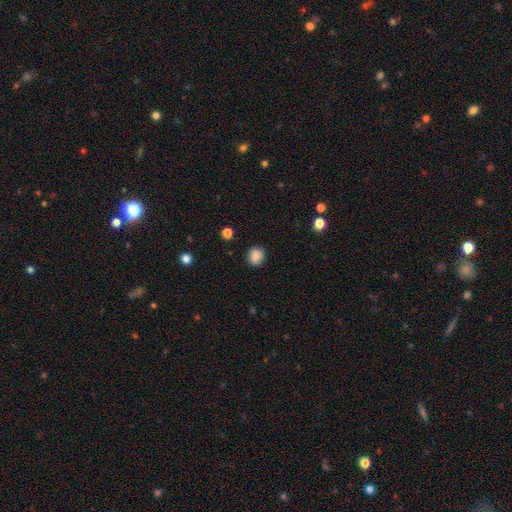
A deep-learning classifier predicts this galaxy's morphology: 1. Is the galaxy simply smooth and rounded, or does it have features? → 85% smooth, 10% star or artifact, 5% featured or disk.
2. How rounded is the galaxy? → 75% round, 24% in between, 1% cigar-shaped.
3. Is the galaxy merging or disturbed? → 83% none, 12% minor disturbance, 3% major disturbance, 2% merger.